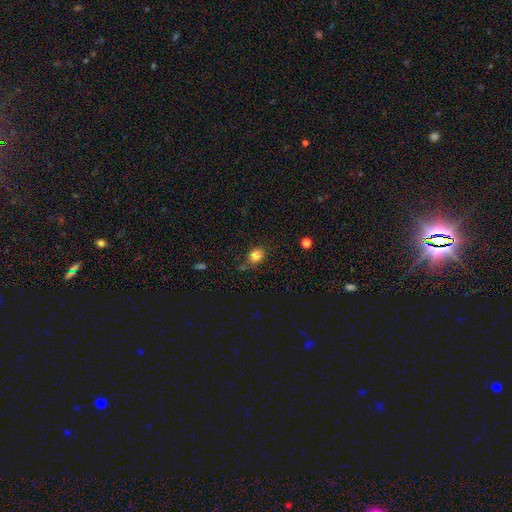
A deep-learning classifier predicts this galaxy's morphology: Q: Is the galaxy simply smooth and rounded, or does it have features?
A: smooth — 83%.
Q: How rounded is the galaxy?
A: round — 57%.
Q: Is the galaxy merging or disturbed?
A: none — 72%.